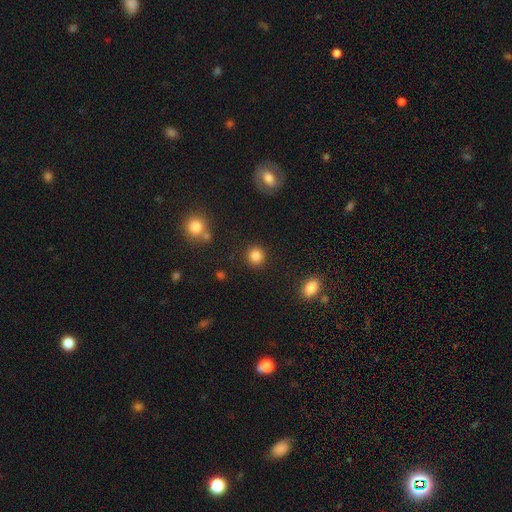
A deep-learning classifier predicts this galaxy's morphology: Smooth or featured: smooth — 85% (star or artifact — 11%)
How rounded: round — 90% (in between — 9%)
Merging: none — 89% (minor disturbance — 6%)